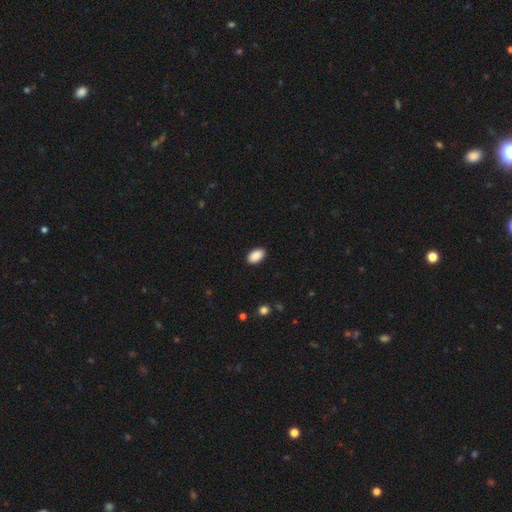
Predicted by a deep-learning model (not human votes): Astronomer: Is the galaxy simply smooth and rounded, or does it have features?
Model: smooth — 90%.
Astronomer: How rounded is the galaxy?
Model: in between — 94%.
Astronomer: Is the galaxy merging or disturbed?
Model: none — 89%.